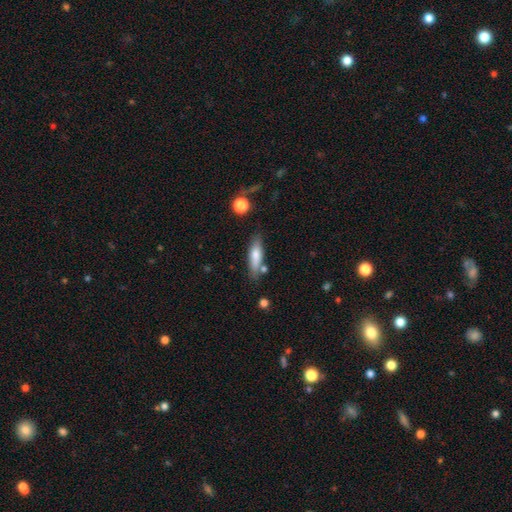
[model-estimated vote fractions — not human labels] A smooth galaxy with no disk features (69%) that is cigar-shaped (60%). Merging: none (72%).